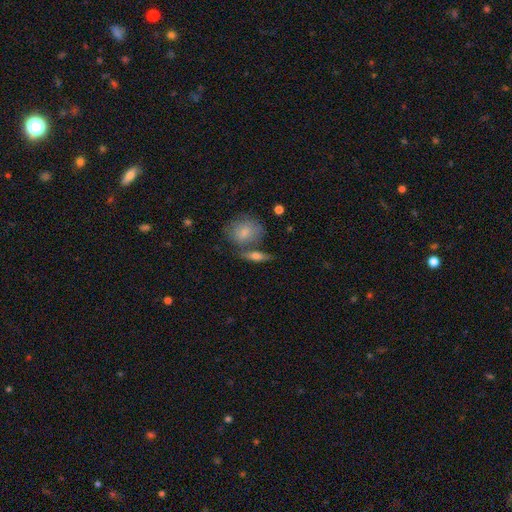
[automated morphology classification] This appears to be a smooth galaxy with no disk features (59%) that is in between round and cigar-shaped (49%). Merging: none (62%).